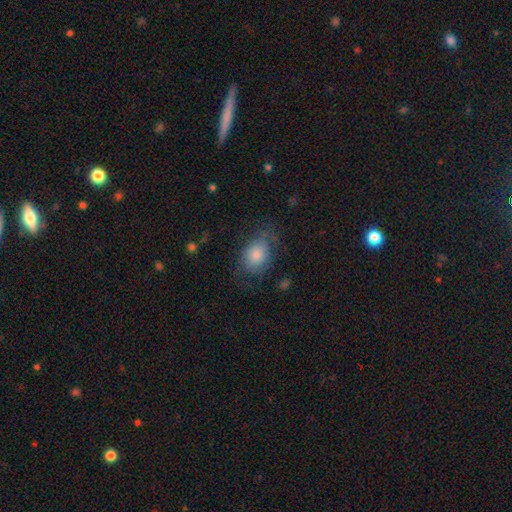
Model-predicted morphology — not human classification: Smooth or featured? smooth (63%)
How rounded? in between (69%)
Merging? none (55%)